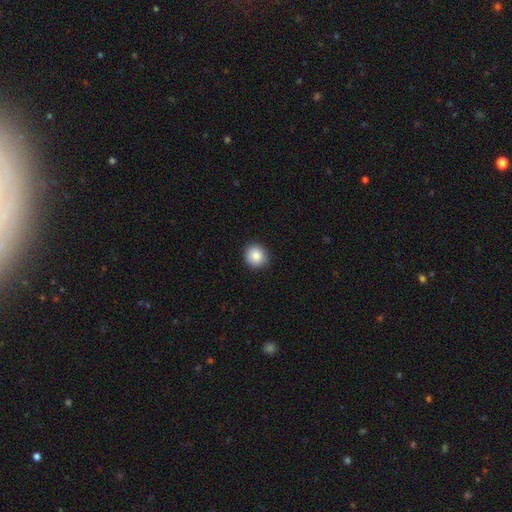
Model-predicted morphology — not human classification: This appears to be a smooth galaxy with no disk features (86%) that is round (88%). Merging: none (90%).